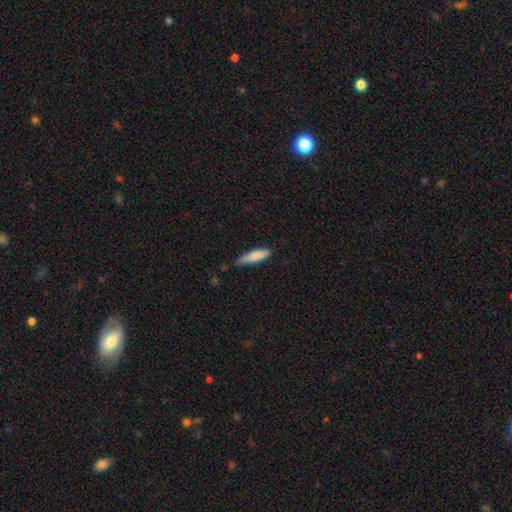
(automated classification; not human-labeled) The model was most divided on "merging": none: 60%, minor disturbance: 32%, major disturbance: 5%, merger: 2%. More confident: smooth or featured — smooth (80%); how rounded — cigar-shaped (78%).